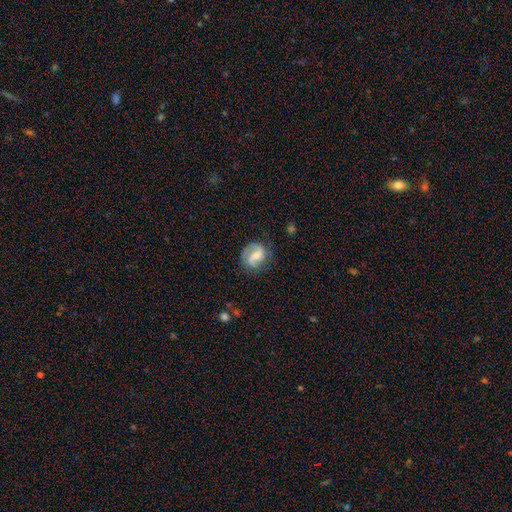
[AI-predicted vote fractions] Q: Smooth or featured?
A: featured or disk (72%); runner-up: smooth (21%)
Q: Edge-on disk?
A: no (98%); runner-up: yes (2%)
Q: Bar?
A: weak (50%); runner-up: no (29%)
Q: Spiral arms?
A: yes (94%); runner-up: no (6%)
Q: Spiral winding?
A: medium (47%); runner-up: loose (28%)
Q: Spiral arm count?
A: 2 (78%); runner-up: 1 (12%)
Q: Bulge size?
A: small (34%); runner-up: moderate (32%)
Q: Merging?
A: none (72%); runner-up: minor disturbance (18%)